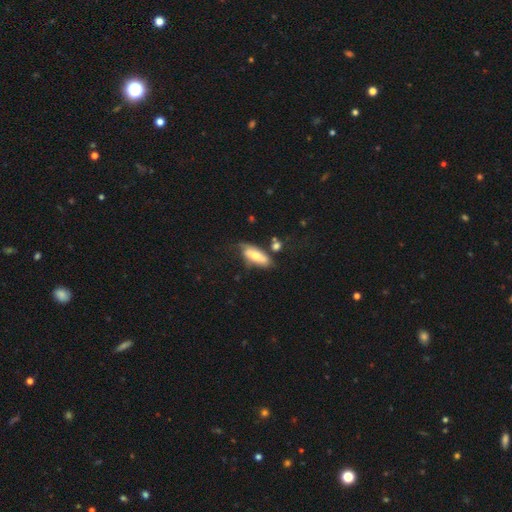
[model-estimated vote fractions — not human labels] smooth 60%, featured or disk 33%, star or artifact 7%. Down the decision tree: how rounded — in between (73%); merging — none (50%).